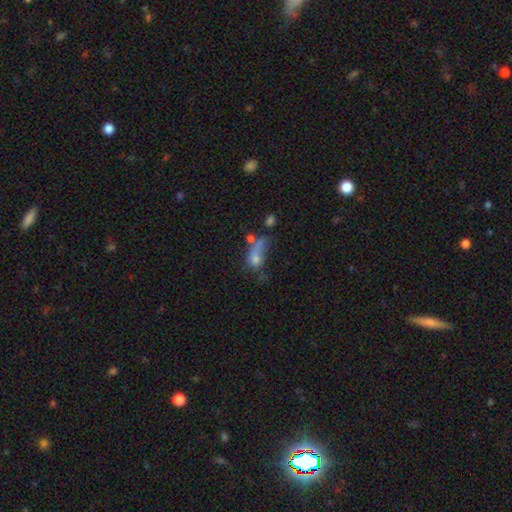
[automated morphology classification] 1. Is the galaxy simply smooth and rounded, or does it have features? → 61% smooth, 24% featured or disk, 15% star or artifact.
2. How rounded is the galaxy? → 65% in between, 25% round, 9% cigar-shaped.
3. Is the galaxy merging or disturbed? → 33% major disturbance, 32% merger, 20% none, 15% minor disturbance.